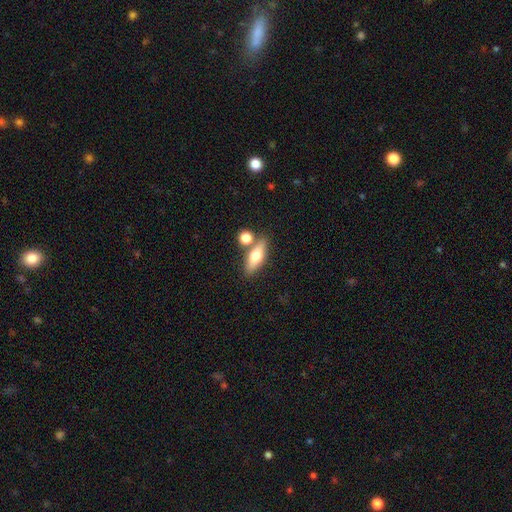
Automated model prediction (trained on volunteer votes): Smooth or featured? smooth (61%)
How rounded? in between (57%)
Merging? none (65%)